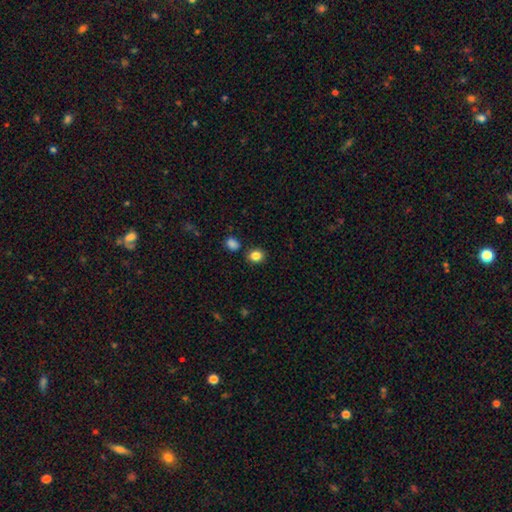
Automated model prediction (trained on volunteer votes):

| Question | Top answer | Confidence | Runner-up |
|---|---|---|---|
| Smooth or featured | smooth | 85% | star or artifact (10%) |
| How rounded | round | 68% | in between (31%) |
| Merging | none | 84% | minor disturbance (8%) |